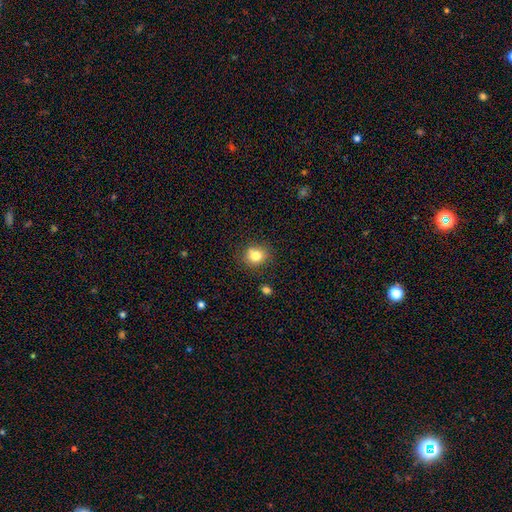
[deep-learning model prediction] A smooth galaxy with no disk features (81%) that is round (77%).

Vote fractions:
- Smooth or featured? smooth: 81% / star or artifact: 11% / featured or disk: 8%
- How rounded? round: 77% / in between: 23% / cigar-shaped: 1%
- Merging? none: 79% / minor disturbance: 13% / merger: 4% / major disturbance: 3%